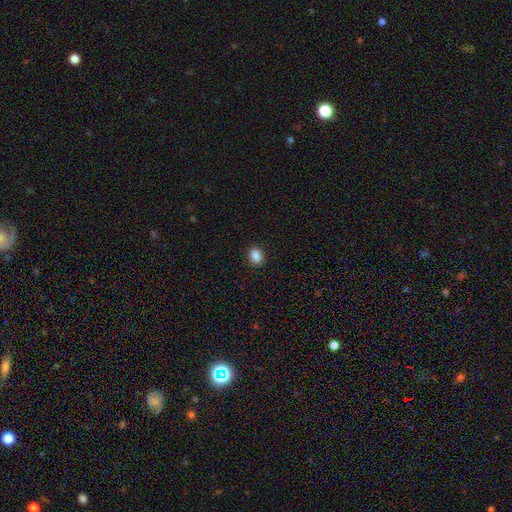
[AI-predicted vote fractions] smooth 88%, star or artifact 9%, featured or disk 3%. Down the decision tree: how rounded — in between (60%); merging — none (90%).